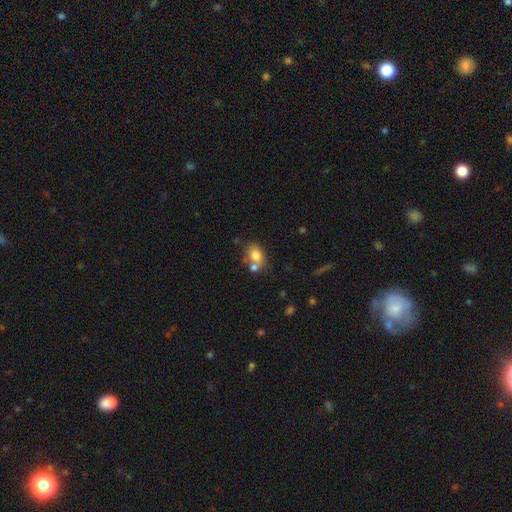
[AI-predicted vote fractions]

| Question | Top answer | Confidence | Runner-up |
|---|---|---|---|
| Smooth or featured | smooth | 77% | featured or disk (13%) |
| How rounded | in between | 67% | round (31%) |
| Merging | none | 49% | merger (32%) |